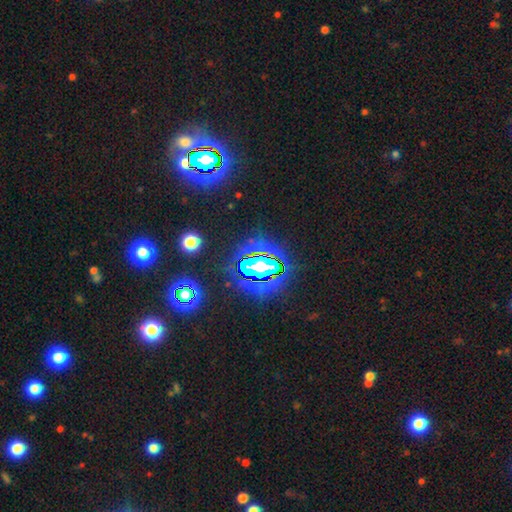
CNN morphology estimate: smooth-or-featured: star or artifact: 83% | smooth: 11% | featured or disk: 6%